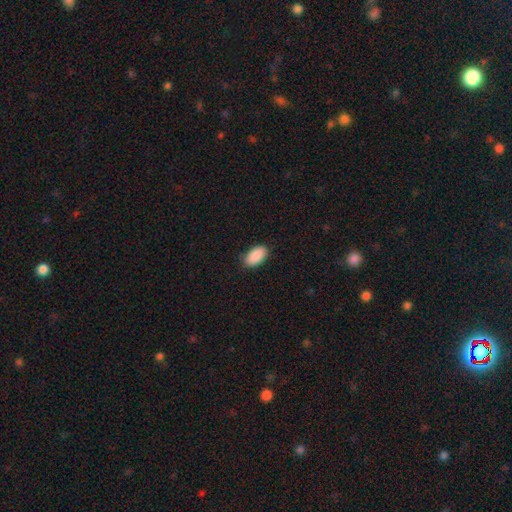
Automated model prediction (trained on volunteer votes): smooth 90%, star or artifact 6%, featured or disk 4%. Down the decision tree: how rounded — in between (95%); merging — none (85%).